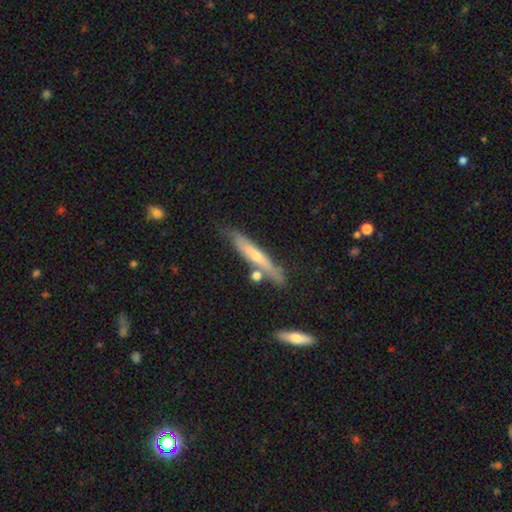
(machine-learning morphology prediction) Smooth or featured? Predicted: featured or disk (p=0.49). Merging? Predicted: none (p=0.70).